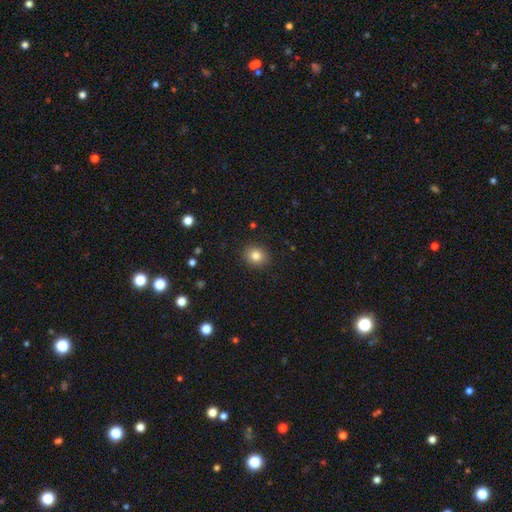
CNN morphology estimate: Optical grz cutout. It shows a smooth galaxy with no disk features (83%) that is round (75%). Merging: none (90%).